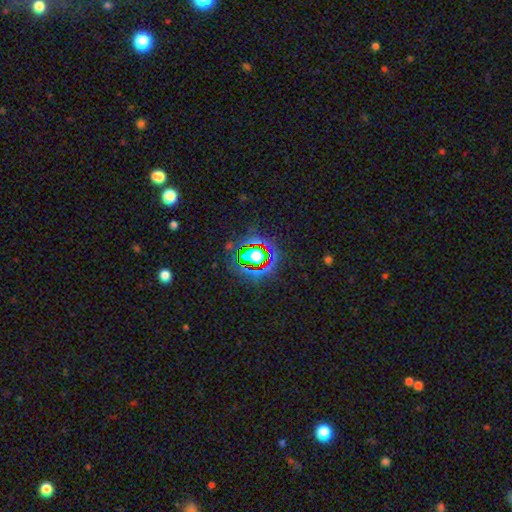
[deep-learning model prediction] This appears to be a star or artifact, not a galaxy (65%).